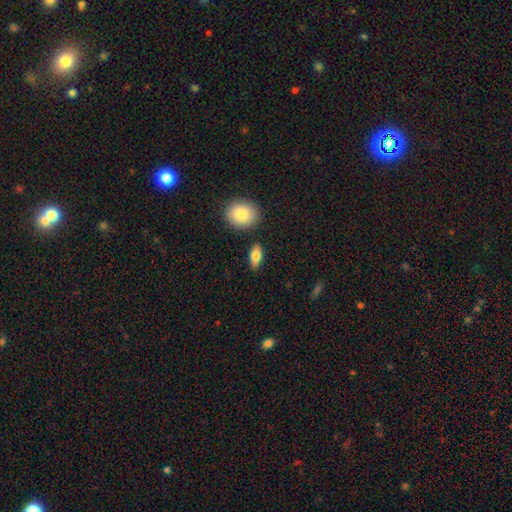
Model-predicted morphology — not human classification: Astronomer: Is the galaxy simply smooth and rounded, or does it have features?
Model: smooth — 80%.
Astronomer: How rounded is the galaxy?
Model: in between — 86%.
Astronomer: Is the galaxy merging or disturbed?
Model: none — 83%.